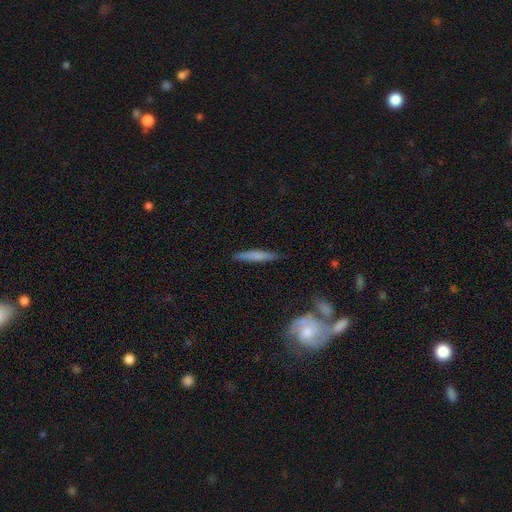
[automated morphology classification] Smooth or featured: smooth — 66% (featured or disk — 28%)
How rounded: cigar-shaped — 93% (in between — 6%)
Merging: none — 86% (minor disturbance — 9%)